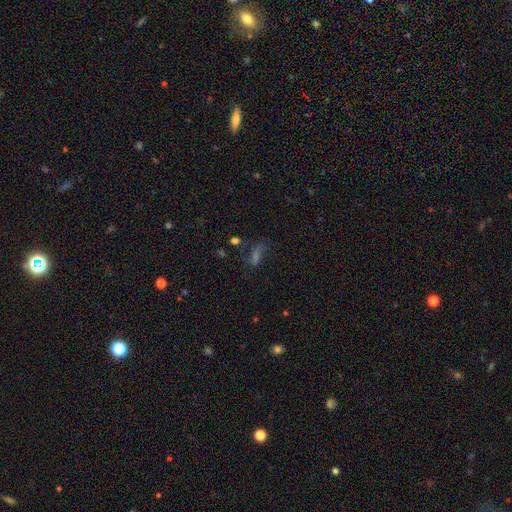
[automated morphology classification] Q: Smooth or featured?
A: smooth (37%); runner-up: featured or disk (32%)
Q: Merging?
A: none (55%); runner-up: minor disturbance (20%)